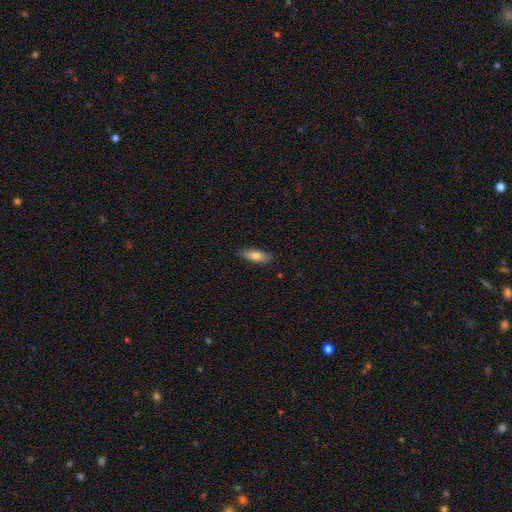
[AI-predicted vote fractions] Morphology: type=smooth (77%); roundness=in between (63%); merging=none (84%).